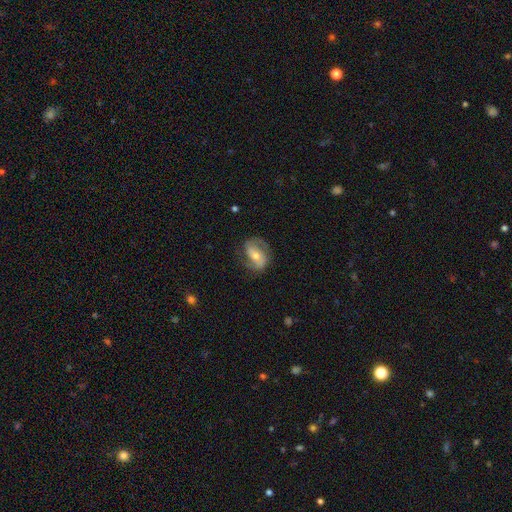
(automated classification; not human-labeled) smooth_or_featured: featured or disk (p=0.75) [alt: smooth p=0.18]
disk_edge_on: no (p=0.96) [alt: yes p=0.04]
bar: weak (p=0.36) [alt: no p=0.33]
has_spiral_arms: yes (p=0.90) [alt: no p=0.10]
spiral_winding: medium (p=0.47) [alt: tight p=0.29]
spiral_arm_count: 2 (p=0.85) [alt: can't tell p=0.07]
bulge_size: moderate (p=0.56) [alt: small p=0.38]
merging: none (p=0.72) [alt: minor disturbance p=0.17]